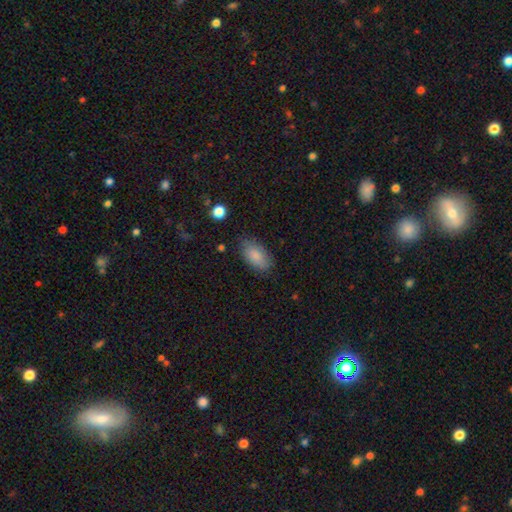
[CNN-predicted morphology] smooth-or-featured: smooth: 86% | featured or disk: 8% | star or artifact: 7%
  how-rounded: in between: 93% | round: 4% | cigar-shaped: 4%
  merging: none: 80% | minor disturbance: 15% | major disturbance: 4% | merger: 1%